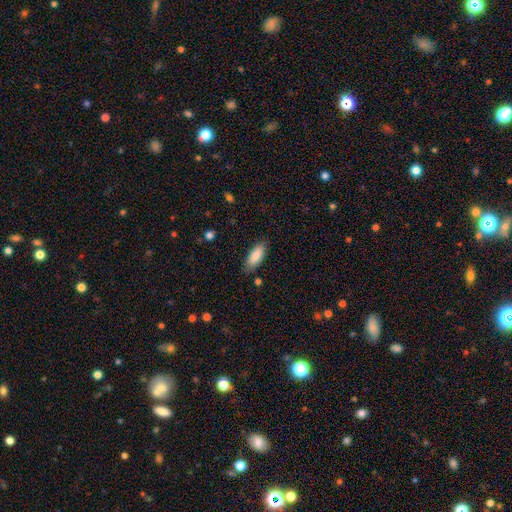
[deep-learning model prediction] smooth_or_featured: smooth (p=0.87) [alt: featured or disk p=0.07]
how_rounded: in between (p=0.77) [alt: cigar-shaped p=0.21]
merging: none (p=0.83) [alt: minor disturbance p=0.13]